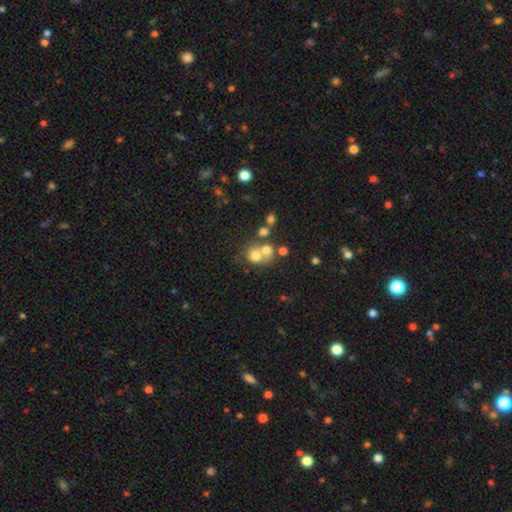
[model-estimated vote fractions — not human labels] This is likely a smooth galaxy (66%). How rounded: likely round (76%). Merging: possibly merger (52%).